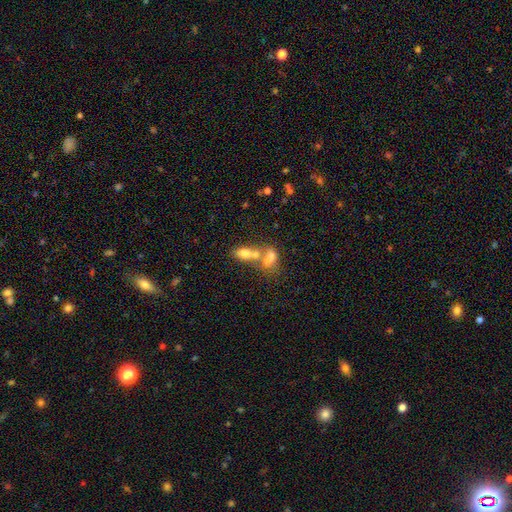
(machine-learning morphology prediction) A smooth galaxy with no disk features (53%) that is in between round and cigar-shaped (70%).

Vote fractions:
- Smooth or featured? smooth: 53% / featured or disk: 27% / star or artifact: 19%
- How rounded? in between: 70% / round: 19% / cigar-shaped: 11%
- Merging? merger: 60% / none: 27% / minor disturbance: 7% / major disturbance: 5%